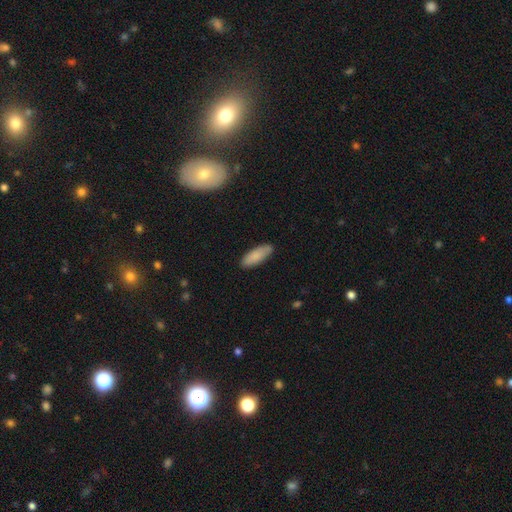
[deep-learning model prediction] Overall: smooth (85%). How rounded: in between (65%; cigar-shaped 34%). Merging: none (84%).